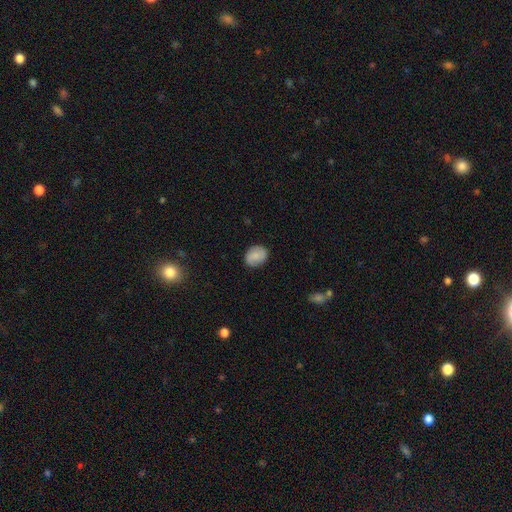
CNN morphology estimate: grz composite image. It shows a smooth galaxy with no disk features (78%) that is in between round and cigar-shaped (57%). Merging: none (84%).